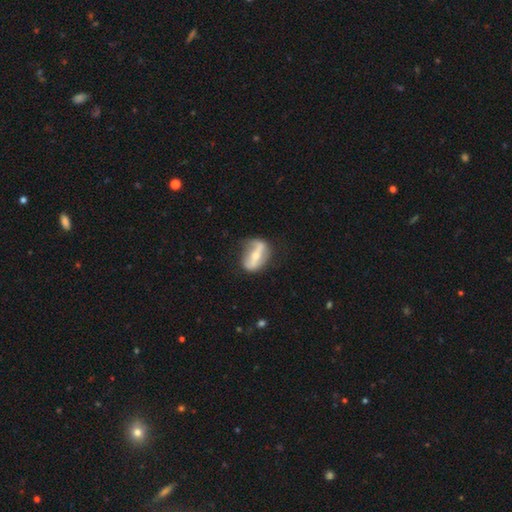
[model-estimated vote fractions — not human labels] The model was most divided on "spiral arms" (2-way tie): yes: 50%, no: 50%. Remaining: edge-on disk — no (81%); bar — strong (73%); smooth or featured — featured or disk (69%); merging — none (62%); bulge size — small (48%).